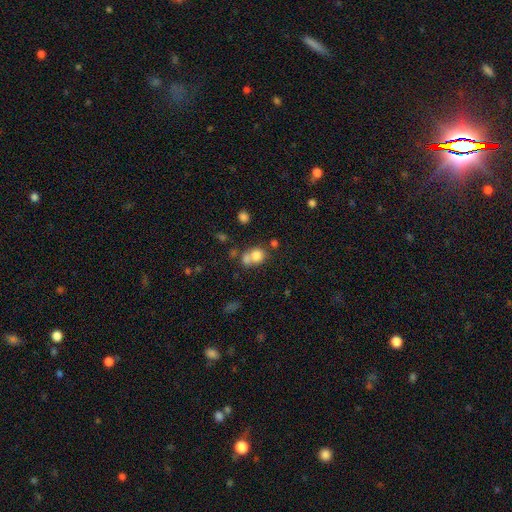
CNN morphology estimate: Smooth or featured?
  - smooth: 77% *
  - star or artifact: 11%
  - featured or disk: 11%
How rounded?
  - round: 72% *
  - in between: 27%
  - cigar-shaped: 1%
Merging?
  - merger: 46% *
  - none: 38%
  - minor disturbance: 10%
  - major disturbance: 5%